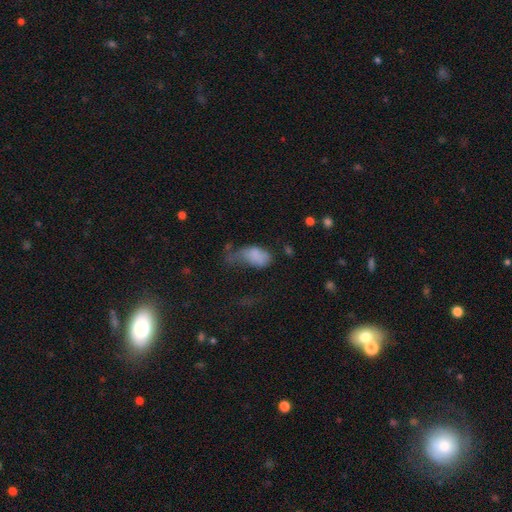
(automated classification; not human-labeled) Smooth or featured: smooth — 75% (featured or disk — 15%)
How rounded: in between — 91% (round — 7%)
Merging: major disturbance — 52% (minor disturbance — 24%)